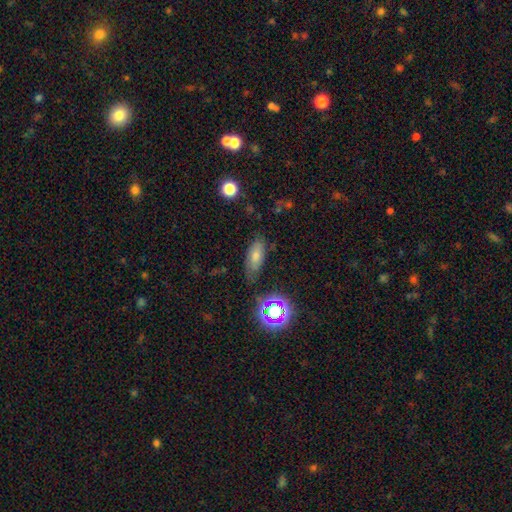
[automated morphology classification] type=smooth (61%); roundness=in between (77%); merging=none (73%).